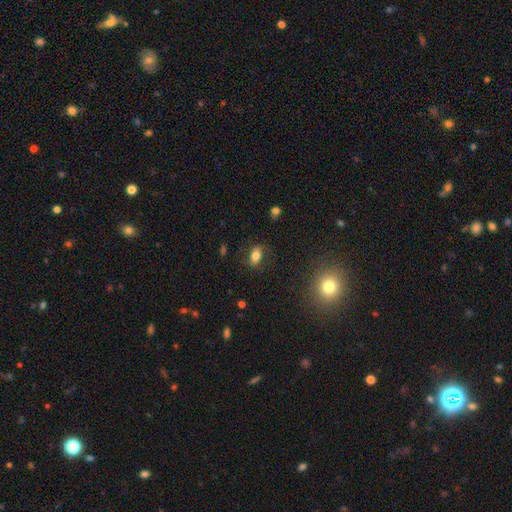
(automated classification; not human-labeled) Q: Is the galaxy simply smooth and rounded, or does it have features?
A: smooth — 70%.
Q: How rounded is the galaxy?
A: in between — 83%.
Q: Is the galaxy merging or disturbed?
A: none — 77%.